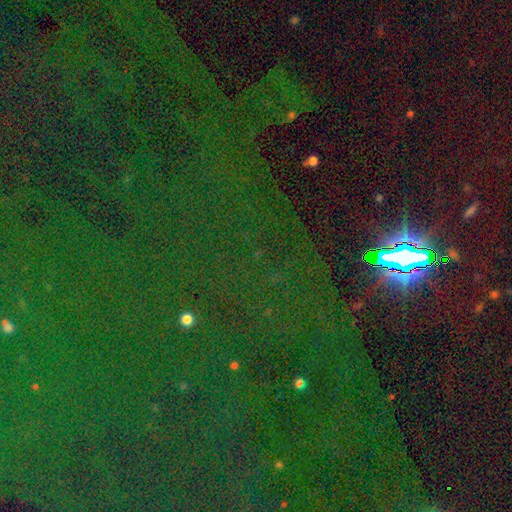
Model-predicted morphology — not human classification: A star or artifact, not a galaxy (85%).

Vote fractions:
- Smooth or featured? star or artifact: 85% / smooth: 8% / featured or disk: 7%